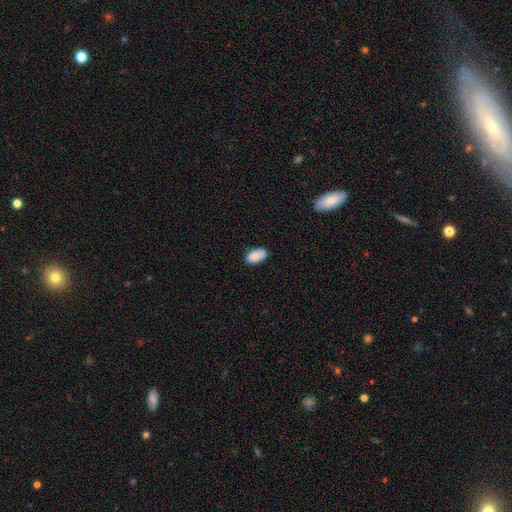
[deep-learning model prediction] smooth 88%, star or artifact 7%, featured or disk 5%. Down the decision tree: how rounded — in between (94%); merging — none (77%).